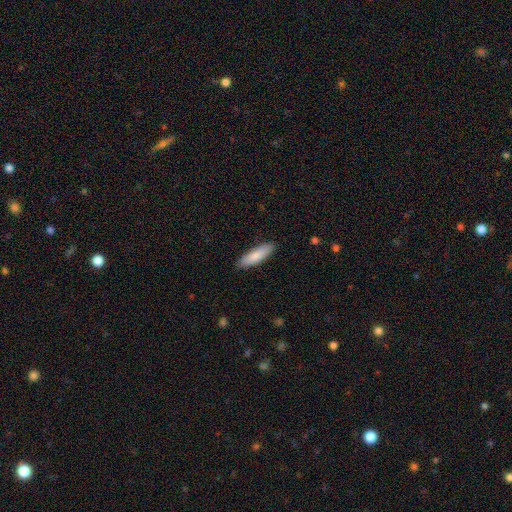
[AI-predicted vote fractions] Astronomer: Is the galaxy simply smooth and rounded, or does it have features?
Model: smooth — 83%.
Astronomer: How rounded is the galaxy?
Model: cigar-shaped — 58% (runner-up: in between, 41%).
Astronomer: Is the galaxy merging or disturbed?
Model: none — 88%.